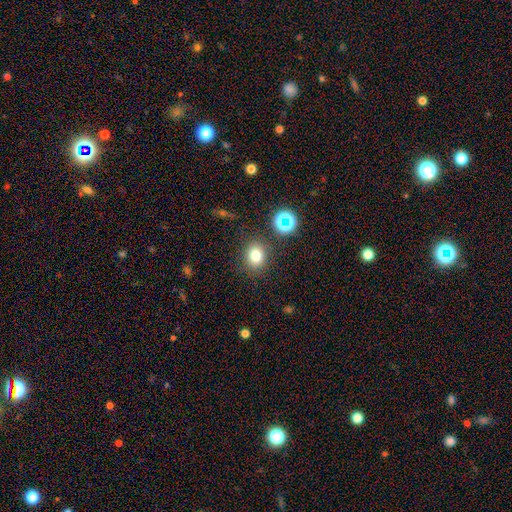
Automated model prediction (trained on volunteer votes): This appears to be a smooth galaxy with no disk features (76%) that is round (68%). Merging: none (83%).